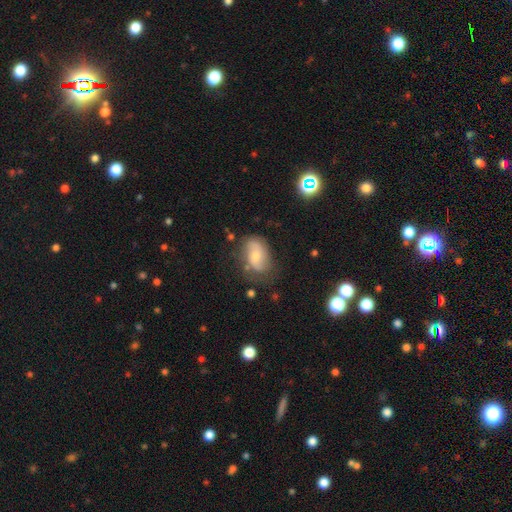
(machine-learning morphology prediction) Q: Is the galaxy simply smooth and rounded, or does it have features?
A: smooth — 48%.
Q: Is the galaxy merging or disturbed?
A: none — 59%.